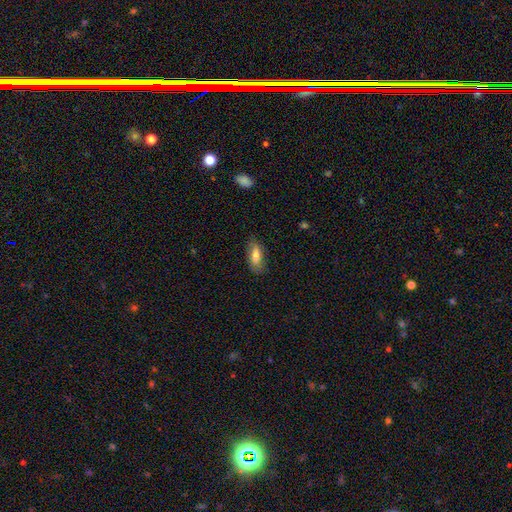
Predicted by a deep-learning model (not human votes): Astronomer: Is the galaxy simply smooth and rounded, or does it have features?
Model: smooth — 74%.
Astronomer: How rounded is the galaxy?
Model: in between — 72%.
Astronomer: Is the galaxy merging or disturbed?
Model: none — 79%.